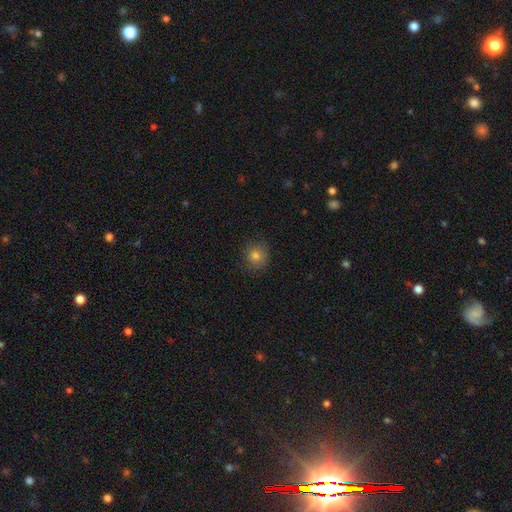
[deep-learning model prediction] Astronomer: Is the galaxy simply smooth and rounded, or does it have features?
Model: smooth — 79%.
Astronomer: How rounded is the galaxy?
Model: round — 86%.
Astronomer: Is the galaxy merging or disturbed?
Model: none — 85%.